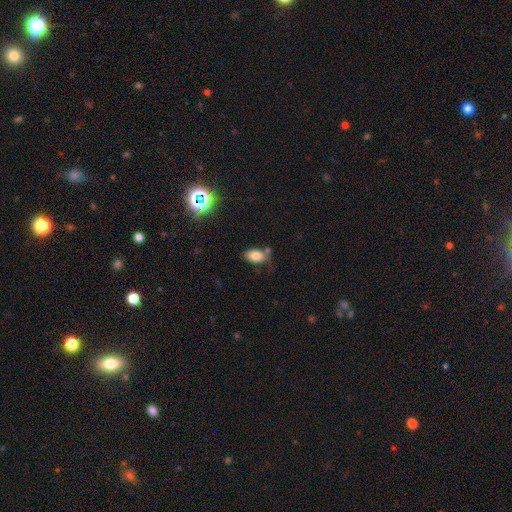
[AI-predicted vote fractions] Smooth or featured?
  - smooth: 79% *
  - star or artifact: 11%
  - featured or disk: 10%
How rounded?
  - in between: 91% *
  - round: 7%
  - cigar-shaped: 2%
Merging?
  - none: 56% *
  - minor disturbance: 22%
  - merger: 14%
  - major disturbance: 7%